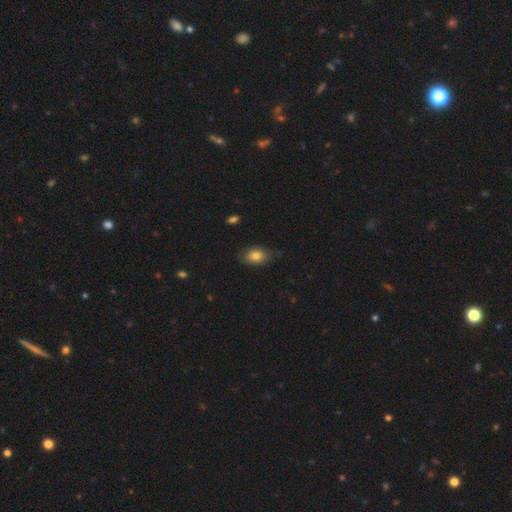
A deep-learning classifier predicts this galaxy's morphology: Smooth or featured? smooth (81%)
How rounded? in between (84%)
Merging? none (73%)